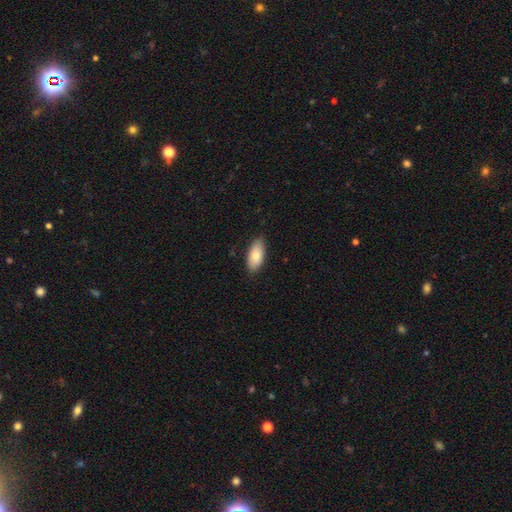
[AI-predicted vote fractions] This is likely a smooth galaxy (79%). How rounded: clearly in between (91%). Merging: clearly none (85%).